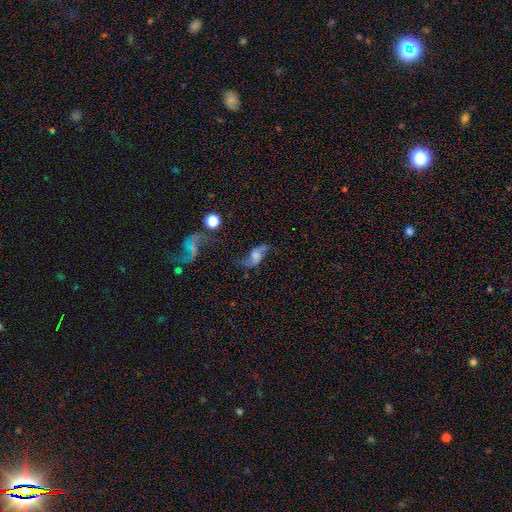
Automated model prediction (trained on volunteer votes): Smooth or featured? Predicted: featured or disk (p=0.63). Edge-on disk? Predicted: no (p=0.93). Bar? Predicted: no (p=0.59). Spiral arms? Predicted: yes (p=0.89). Spiral winding? Predicted: loose (p=0.83). Spiral arm count? Predicted: 2 (p=0.88). Bulge size? Predicted: none (p=0.31). Merging? Predicted: none (p=0.48).